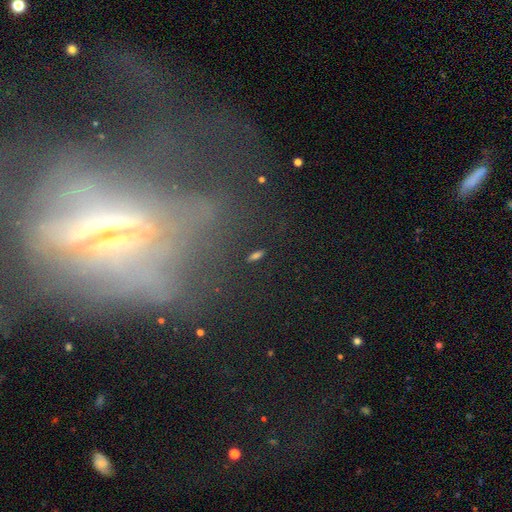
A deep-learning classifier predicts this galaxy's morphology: A star or artifact, not a galaxy (38%).